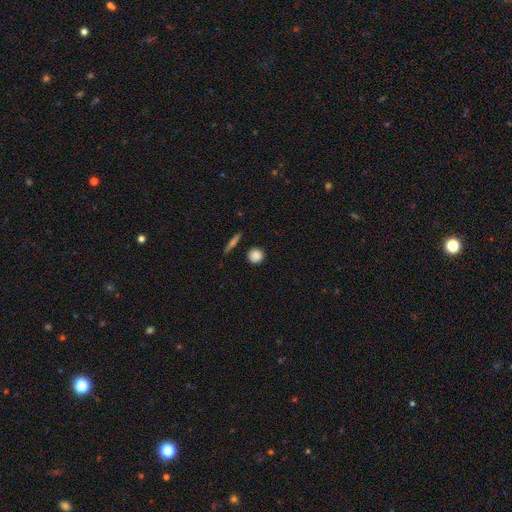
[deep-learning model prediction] The model was most divided on "smooth or featured": smooth: 86%, star or artifact: 9%, featured or disk: 5%. More confident: how rounded — round (92%); merging — none (88%).